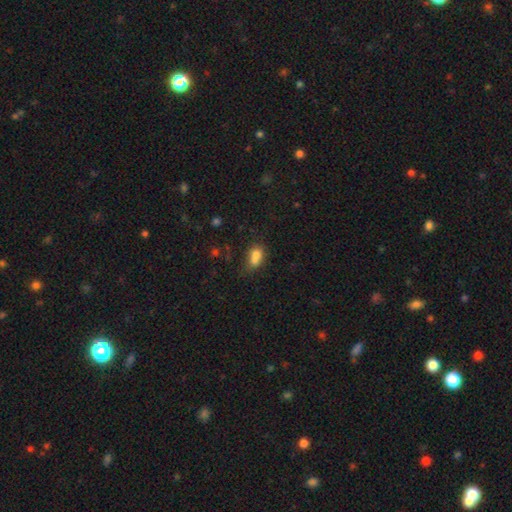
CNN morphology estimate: smooth_or_featured: smooth (p=0.72) [alt: featured or disk p=0.16]
how_rounded: in between (p=0.52) [alt: round p=0.46]
merging: merger (p=0.60) [alt: none p=0.25]